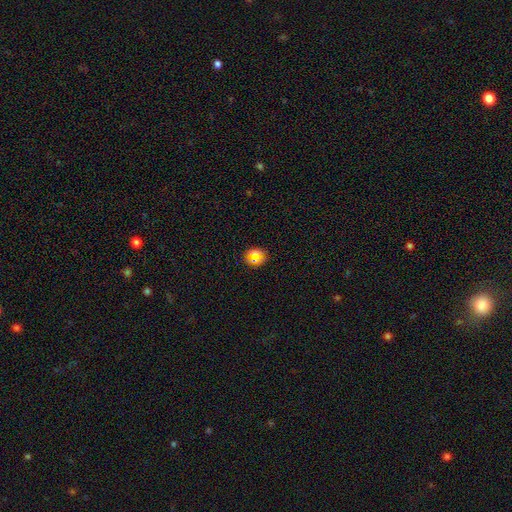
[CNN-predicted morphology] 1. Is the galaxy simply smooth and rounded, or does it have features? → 60% smooth, 28% star or artifact, 13% featured or disk.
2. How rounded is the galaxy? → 55% round, 41% in between, 4% cigar-shaped.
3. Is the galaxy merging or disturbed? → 78% none, 11% minor disturbance, 6% merger, 5% major disturbance.